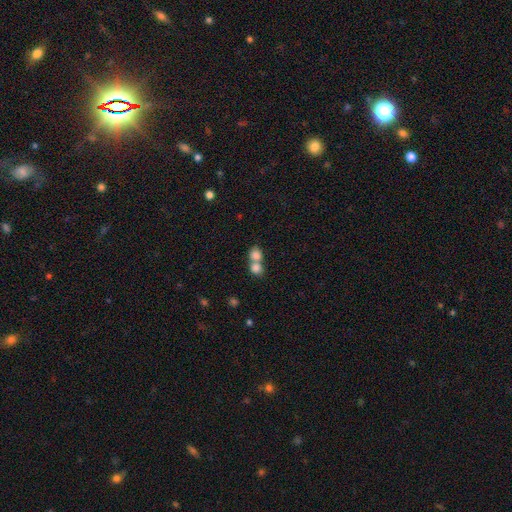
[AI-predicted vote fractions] Smooth or featured? Predicted: smooth (p=0.81). How rounded? Predicted: round (p=0.68). Merging? Predicted: merger (p=0.65).